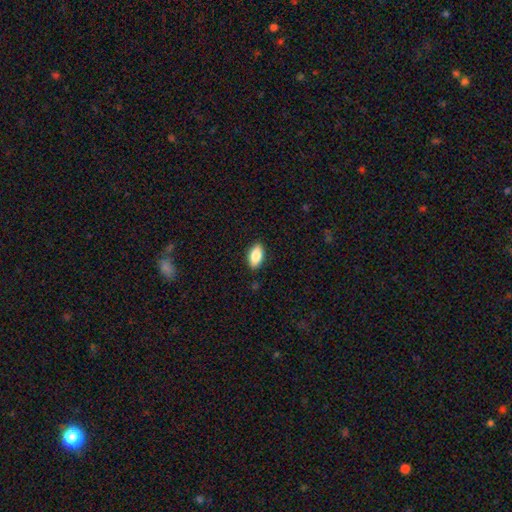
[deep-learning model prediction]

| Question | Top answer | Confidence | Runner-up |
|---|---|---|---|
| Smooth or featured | smooth | 83% | featured or disk (10%) |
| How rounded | in between | 90% | cigar-shaped (7%) |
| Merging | none | 88% | minor disturbance (9%) |